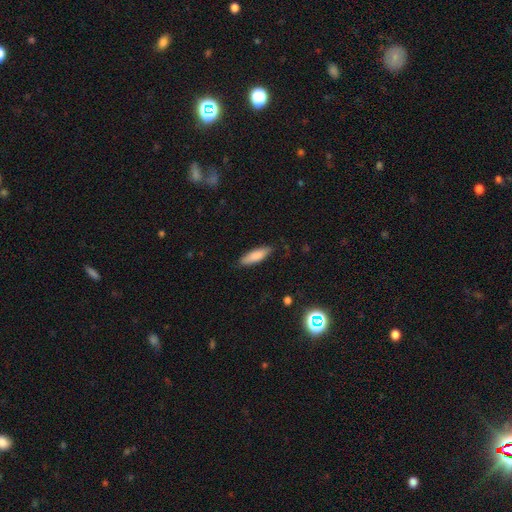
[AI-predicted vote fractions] A smooth galaxy with no disk features (83%) that is cigar-shaped (54%). Merging: none (84%).